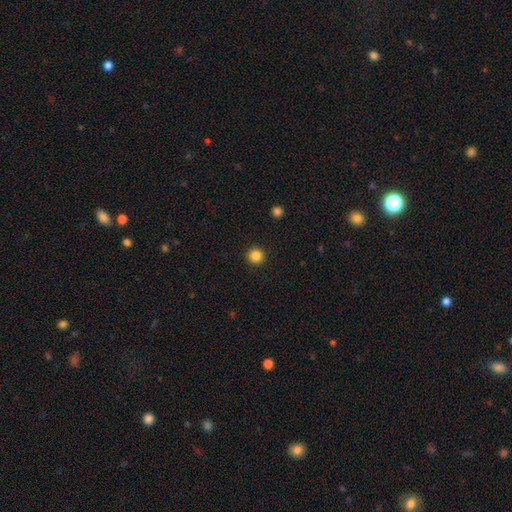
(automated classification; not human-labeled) Smooth or featured?
  - smooth: 85% *
  - star or artifact: 11%
  - featured or disk: 4%
How rounded?
  - round: 96% *
  - in between: 3%
  - cigar-shaped: 1%
Merging?
  - none: 94% *
  - minor disturbance: 4%
  - major disturbance: 2%
  - merger: 1%